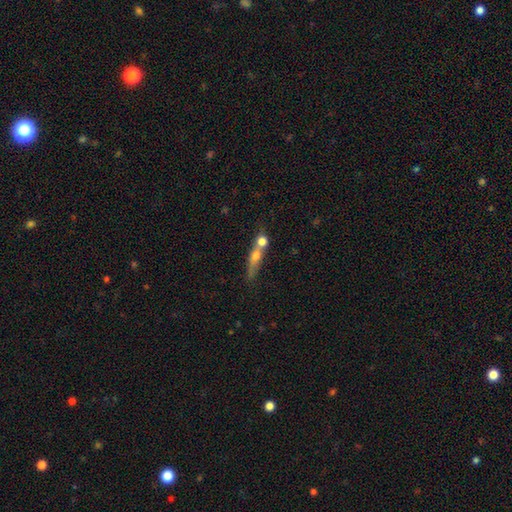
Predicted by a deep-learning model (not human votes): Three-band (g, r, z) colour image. It shows a smooth galaxy with no disk features (53%) that is cigar-shaped (54%). Merging: merger (55%).